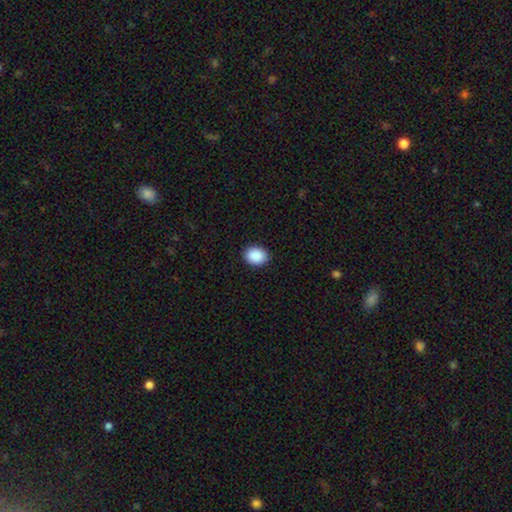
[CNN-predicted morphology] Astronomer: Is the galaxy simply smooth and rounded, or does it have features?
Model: smooth — 90%.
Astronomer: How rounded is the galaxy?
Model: in between — 55% (runner-up: round, 44%).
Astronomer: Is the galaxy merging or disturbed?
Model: none — 90%.